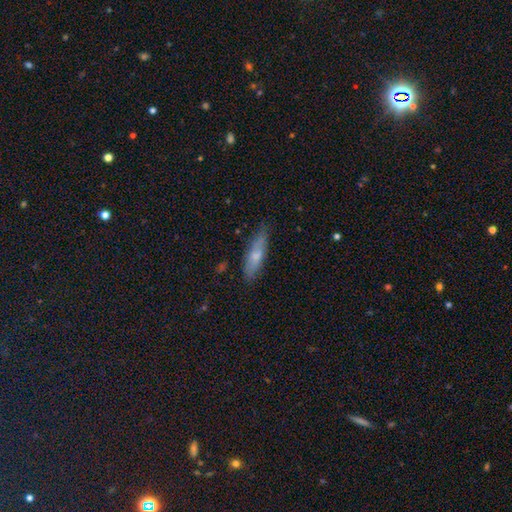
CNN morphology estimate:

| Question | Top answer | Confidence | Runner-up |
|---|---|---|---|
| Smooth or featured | smooth | 62% | featured or disk (32%) |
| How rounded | cigar-shaped | 67% | in between (31%) |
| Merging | none | 78% | minor disturbance (17%) |